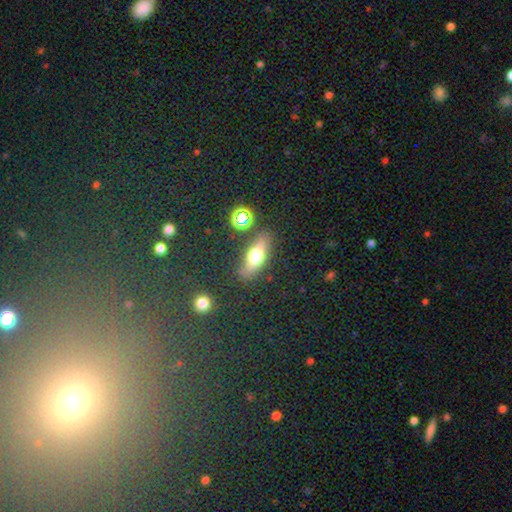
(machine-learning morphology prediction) Smooth or featured: smooth — 57% (featured or disk — 31%)
How rounded: in between — 59% (cigar-shaped — 32%)
Merging: none — 81% (minor disturbance — 12%)